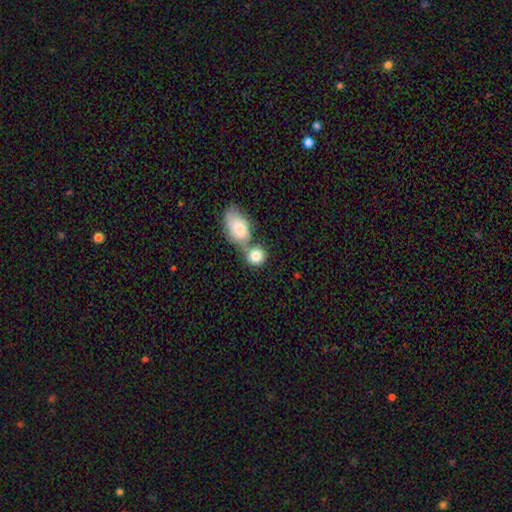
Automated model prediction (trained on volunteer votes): smooth_or_featured: smooth (p=0.83) [alt: featured or disk p=0.11]
how_rounded: round (p=0.75) [alt: in between p=0.23]
merging: merger (p=0.47) [alt: none p=0.40]